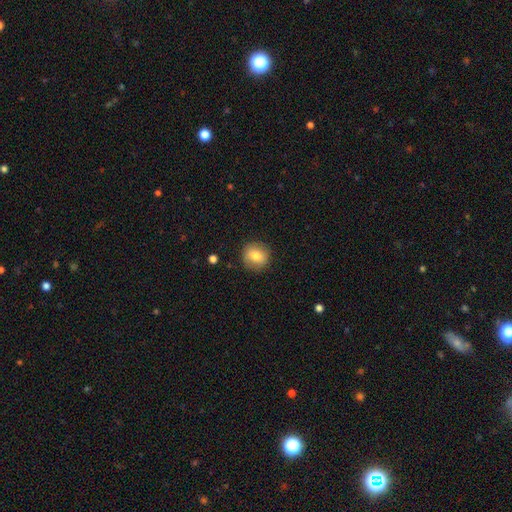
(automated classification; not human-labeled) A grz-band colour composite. It shows a smooth galaxy with no disk features (76%) that is round (90%). Merging: none (89%).